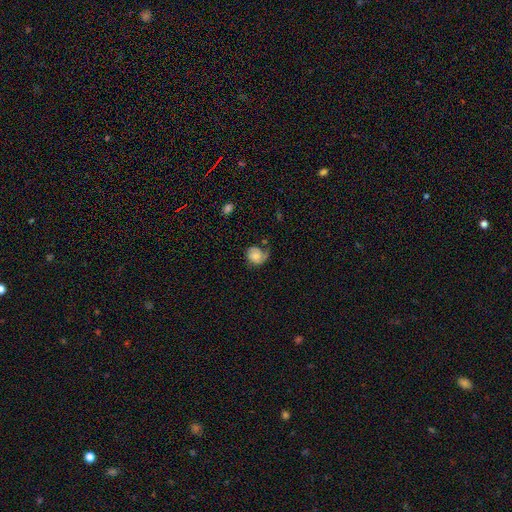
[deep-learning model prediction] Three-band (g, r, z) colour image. It shows a smooth galaxy with no disk features (47%). Merging: none (45%).